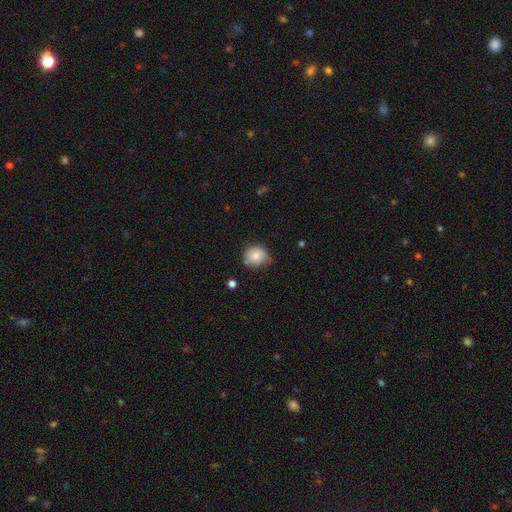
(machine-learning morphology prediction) Smooth or featured? Predicted: smooth (p=0.79). How rounded? Predicted: round (p=0.83). Merging? Predicted: none (p=0.65).